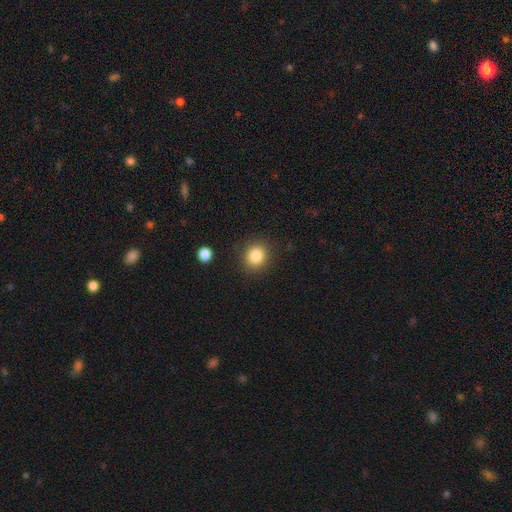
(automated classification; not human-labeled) The model was most divided on "how rounded": round: 81%, in between: 18%, cigar-shaped: 1%. More confident: merging — none (87%); smooth or featured — smooth (85%).